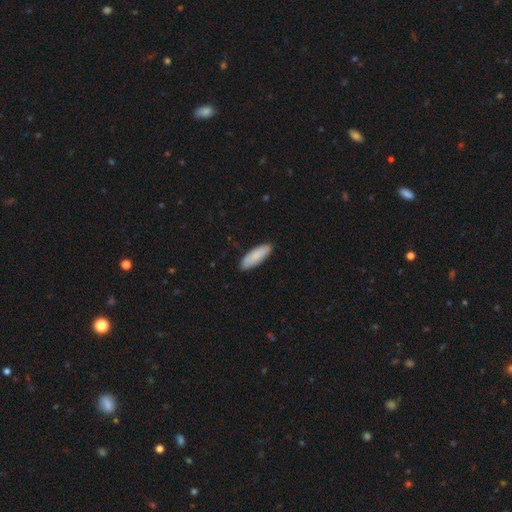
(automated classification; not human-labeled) This appears to be a smooth galaxy with no disk features (88%) that is in between round and cigar-shaped (62%). Merging: none (88%).